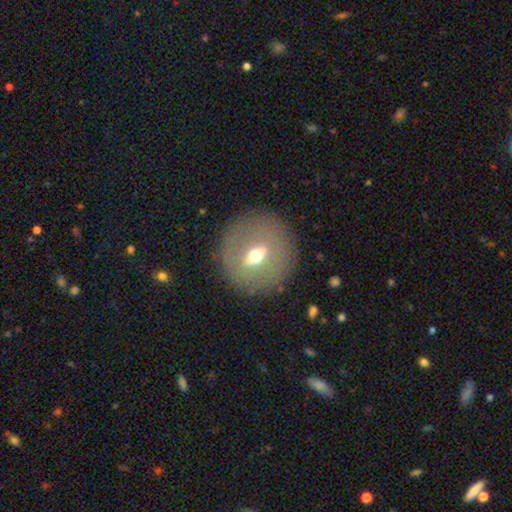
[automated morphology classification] Overall: featured or disk (60%; smooth 31%). Edge-on disk: no (66%; yes 34%). Merging: none (86%).